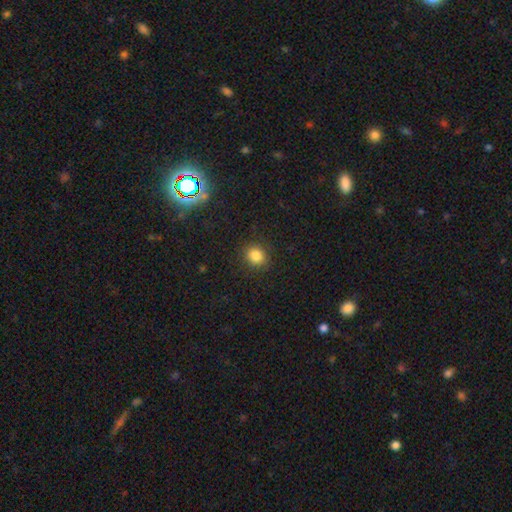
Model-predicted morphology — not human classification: A smooth galaxy with no disk features (83%) that is round (79%).

Vote fractions:
- Smooth or featured? smooth: 83% / star or artifact: 12% / featured or disk: 5%
- How rounded? round: 79% / in between: 20% / cigar-shaped: 1%
- Merging? none: 89% / minor disturbance: 7% / major disturbance: 2% / merger: 1%